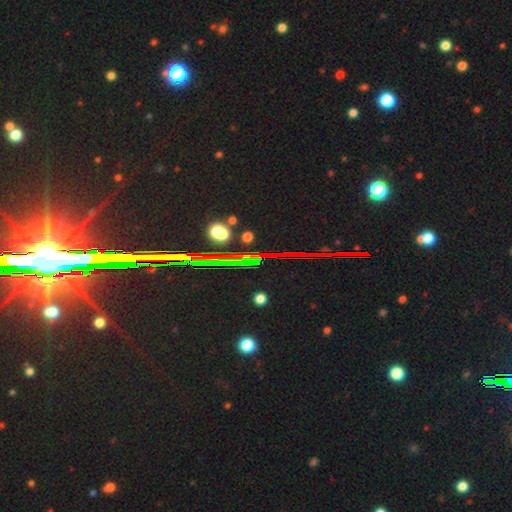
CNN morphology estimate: This appears to be a star or artifact, not a galaxy (85%).